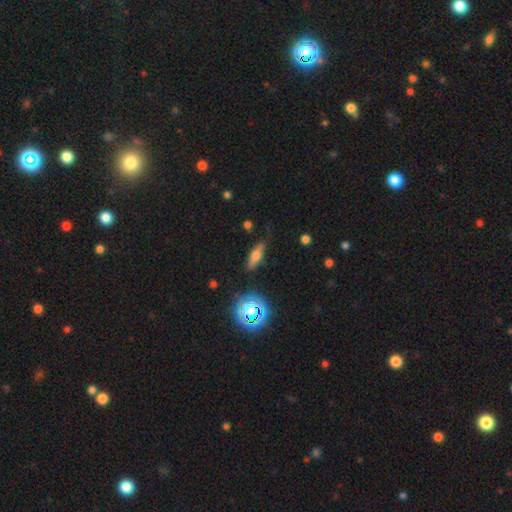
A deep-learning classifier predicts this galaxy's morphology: Smooth or featured: smooth — 55% (featured or disk — 31%)
How rounded: cigar-shaped — 50% (in between — 44%)
Merging: none — 76% (minor disturbance — 17%)